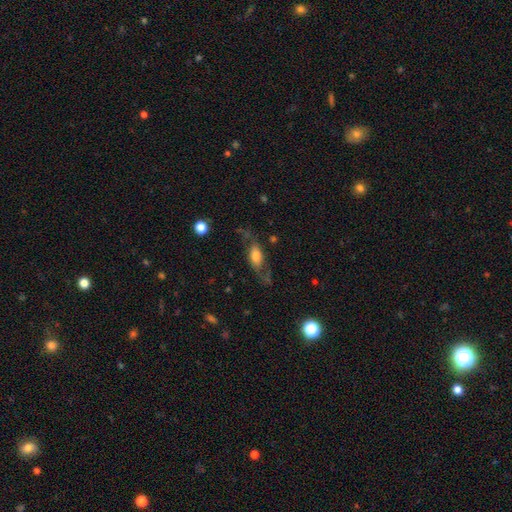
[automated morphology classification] Smooth or featured? featured or disk (49%)
Merging? none (54%)